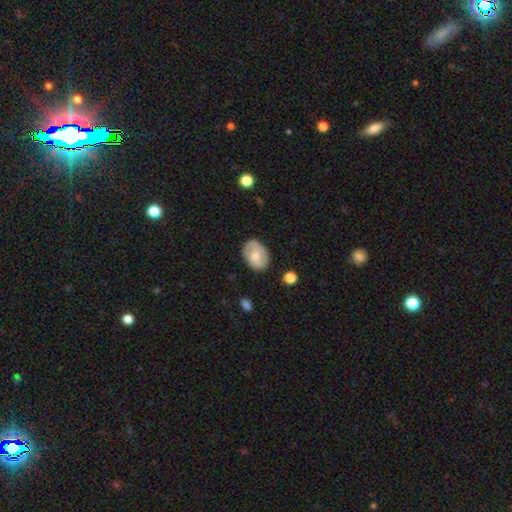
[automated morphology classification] Smooth or featured? Predicted: smooth (p=0.58). How rounded? Predicted: in between (p=0.76). Merging? Predicted: none (p=0.78).